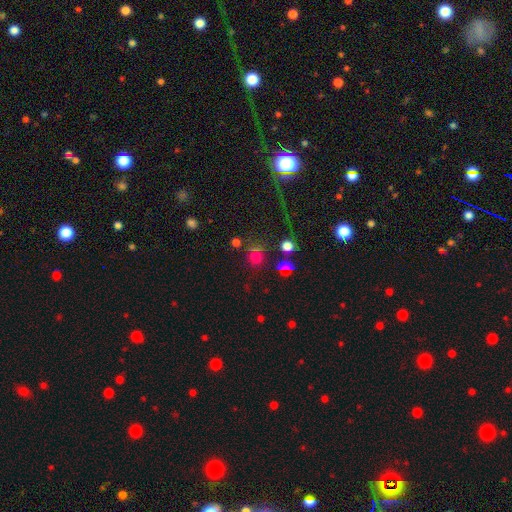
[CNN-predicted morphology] Smooth or featured? Predicted: smooth (p=0.64). How rounded? Predicted: round (p=0.83). Merging? Predicted: none (p=0.68).